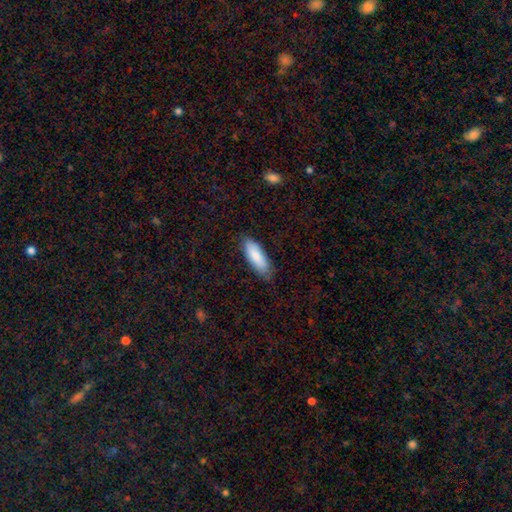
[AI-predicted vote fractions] This is clearly a smooth galaxy (85%). How rounded: likely in between (65%). Merging: likely none (77%).